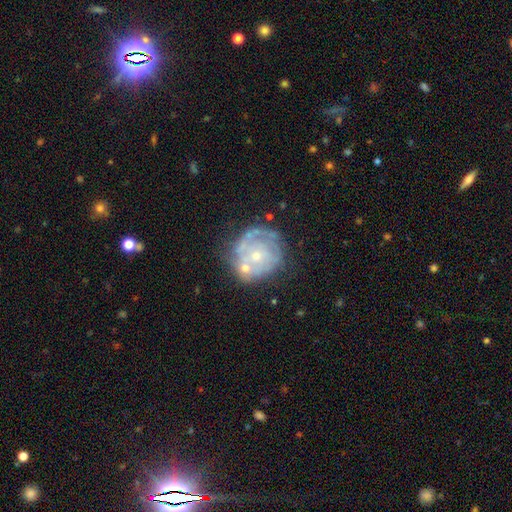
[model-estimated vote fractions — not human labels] Smooth or featured? Predicted: featured or disk (p=0.73). Edge-on disk? Predicted: no (p=0.98). Bar? Predicted: no (p=0.81). Spiral arms? Predicted: yes (p=0.69). Bulge size? Predicted: small (p=0.64). Merging? Predicted: none (p=0.55).